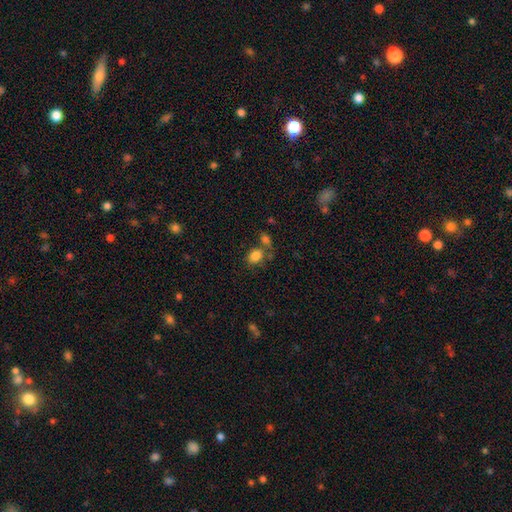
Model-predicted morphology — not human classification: A smooth galaxy with no disk features (83%) that is in between round and cigar-shaped (60%). Merging: none (54%).